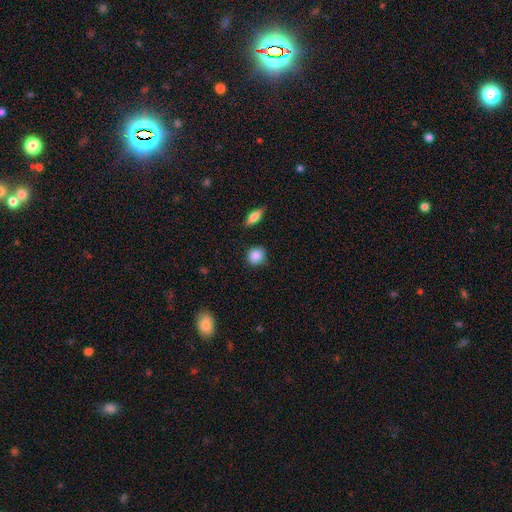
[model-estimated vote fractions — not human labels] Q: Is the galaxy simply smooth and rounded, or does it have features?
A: smooth — 88%.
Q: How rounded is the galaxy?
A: round — 83%.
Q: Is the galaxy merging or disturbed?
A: none — 82%.